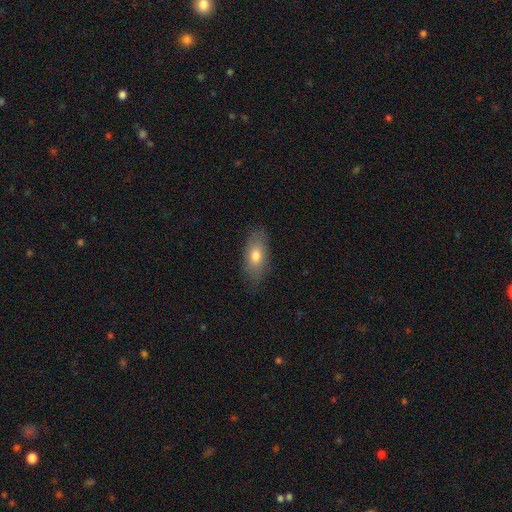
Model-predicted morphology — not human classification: The model was most divided on "smooth or featured": smooth: 76%, featured or disk: 17%, star or artifact: 7%. More confident: how rounded — in between (86%); merging — none (81%).